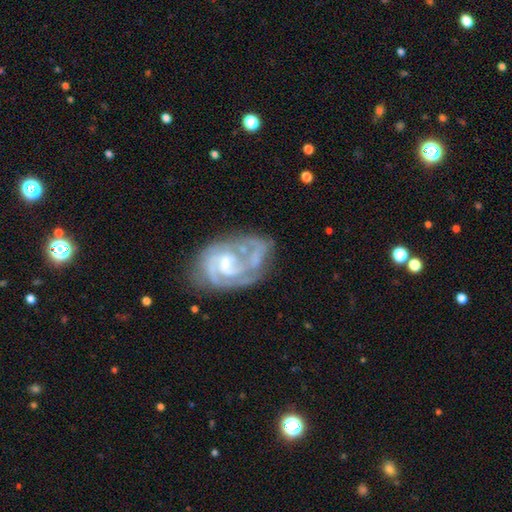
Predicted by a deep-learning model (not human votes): featured or disk 83%, smooth 11%, star or artifact 6%. Down the decision tree: edge-on disk — no (98%); bar — weak (47%); spiral arms — yes (89%); spiral arm count — 2 (39%); spiral winding — tight (45%); bulge size — moderate (40%); merging — none (45%).